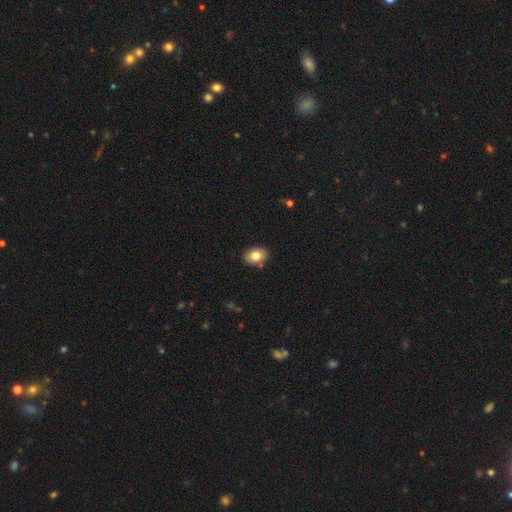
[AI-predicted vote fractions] smooth 81%, featured or disk 11%, star or artifact 8%. Down the decision tree: how rounded — in between (78%); merging — none (87%).